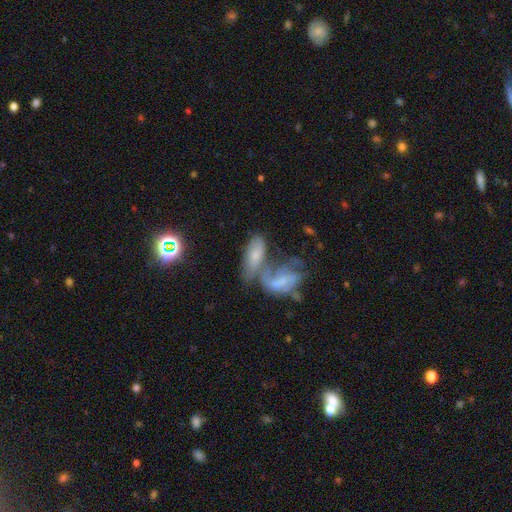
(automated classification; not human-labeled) This appears to be a smooth galaxy with no disk features (47%). Merging: merger (58%).